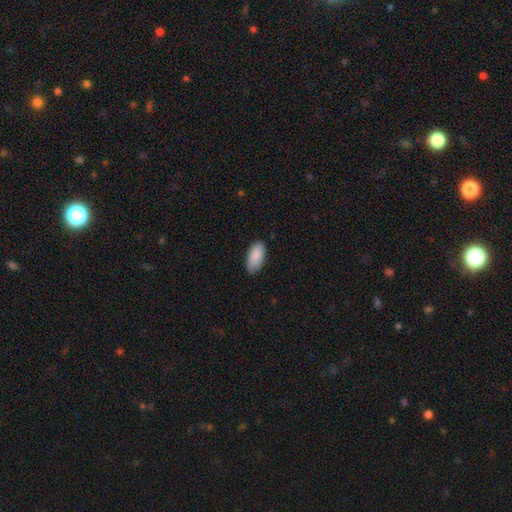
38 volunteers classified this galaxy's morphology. smooth 92%, featured or disk 5%, star or artifact 3%. Down the decision tree: how rounded — in between (91%); merging — none (92%).